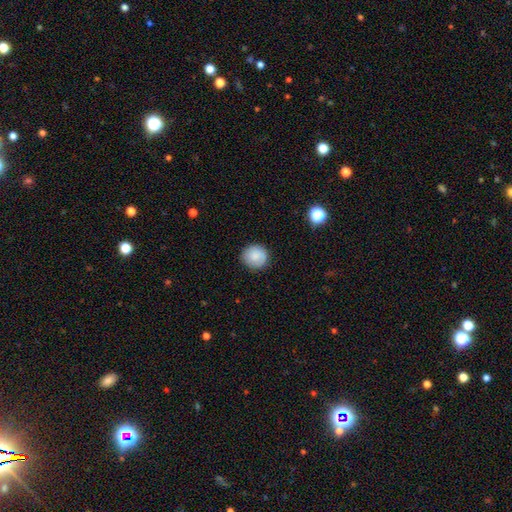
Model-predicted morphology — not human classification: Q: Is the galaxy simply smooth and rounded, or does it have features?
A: smooth — 82%.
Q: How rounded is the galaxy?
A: round — 92%.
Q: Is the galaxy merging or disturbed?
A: none — 86%.